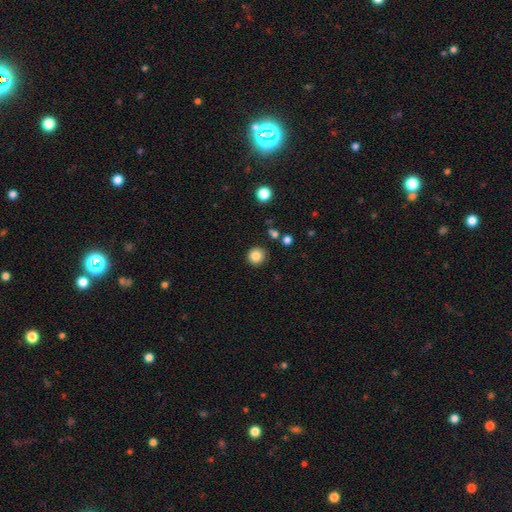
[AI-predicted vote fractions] Smooth or featured?
  - smooth: 85% *
  - star or artifact: 11%
  - featured or disk: 5%
How rounded?
  - round: 94% *
  - in between: 6%
  - cigar-shaped: 1%
Merging?
  - none: 90% *
  - minor disturbance: 6%
  - merger: 2%
  - major disturbance: 2%